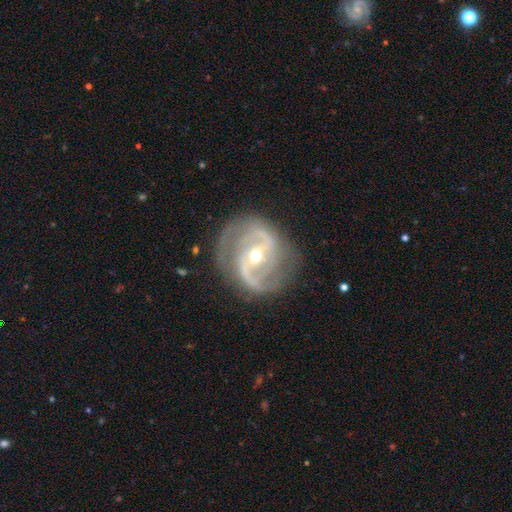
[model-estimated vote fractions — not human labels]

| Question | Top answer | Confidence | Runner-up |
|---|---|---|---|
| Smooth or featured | featured or disk | 89% | star or artifact (5%) |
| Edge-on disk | no | 97% | yes (3%) |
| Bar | weak | 39% | strong (37%) |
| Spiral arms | yes | 95% | no (5%) |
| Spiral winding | medium | 53% | tight (26%) |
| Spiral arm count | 2 | 83% | can't tell (6%) |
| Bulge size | small | 51% | moderate (46%) |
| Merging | none | 75% | minor disturbance (16%) |